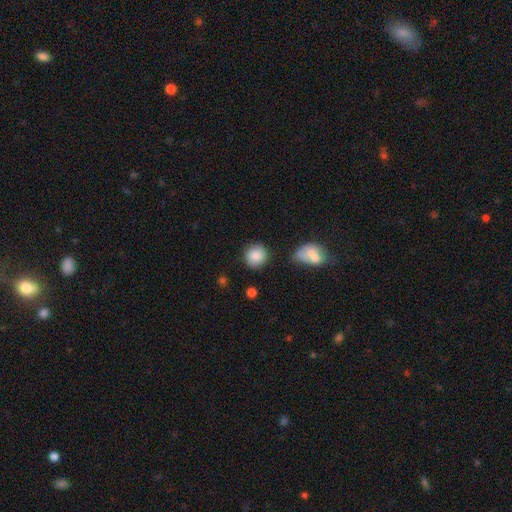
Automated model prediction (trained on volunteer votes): Q: Smooth or featured?
A: smooth (83%); runner-up: featured or disk (9%)
Q: How rounded?
A: round (86%); runner-up: in between (13%)
Q: Merging?
A: none (78%); runner-up: minor disturbance (14%)